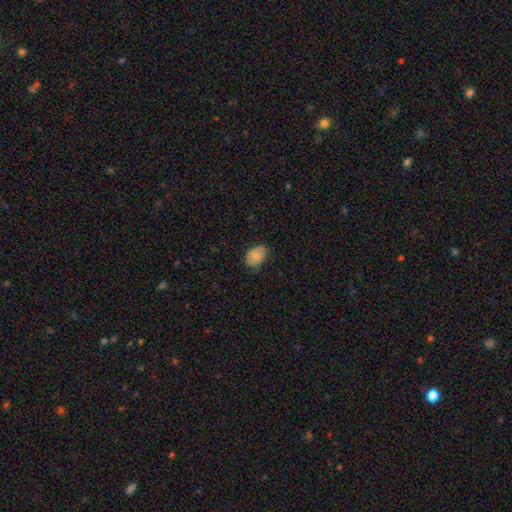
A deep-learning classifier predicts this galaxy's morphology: Overall: smooth (80%). How rounded: in between (80%). Merging: none (65%; minor disturbance 28%).